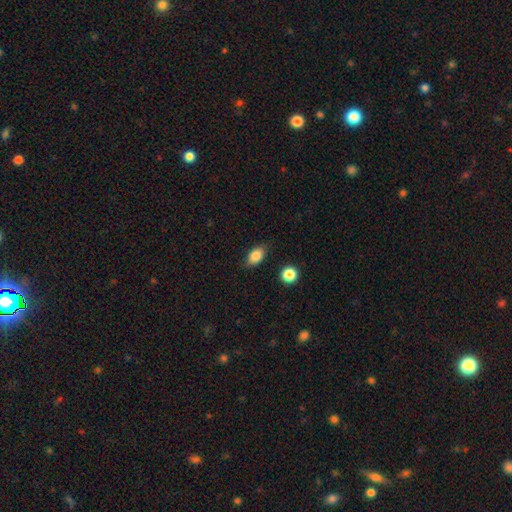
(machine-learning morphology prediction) Smooth or featured?
  - smooth: 83% *
  - star or artifact: 8%
  - featured or disk: 8%
How rounded?
  - in between: 86% *
  - round: 11%
  - cigar-shaped: 3%
Merging?
  - none: 81% *
  - minor disturbance: 14%
  - major disturbance: 3%
  - merger: 2%